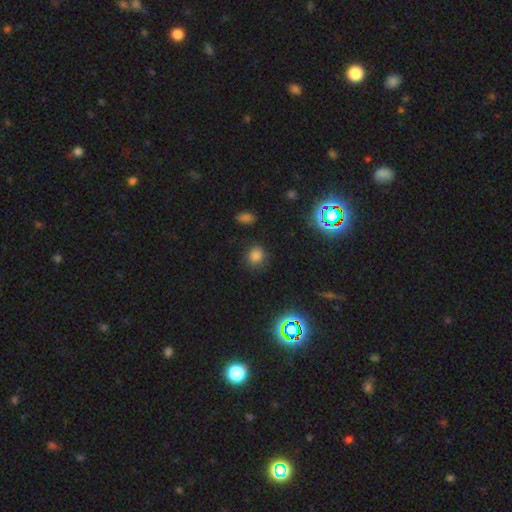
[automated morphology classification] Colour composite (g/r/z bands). It shows a smooth galaxy with no disk features (73%) that is round (78%). Merging: none (83%).